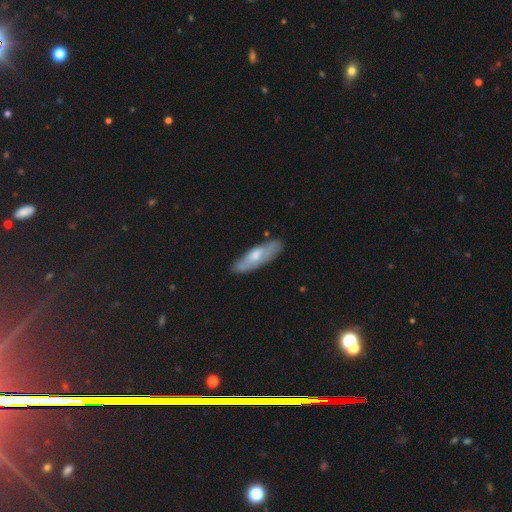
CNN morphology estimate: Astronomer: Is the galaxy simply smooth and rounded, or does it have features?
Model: smooth — 49% (runner-up: featured or disk, 46%).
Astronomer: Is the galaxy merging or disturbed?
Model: none — 76%.